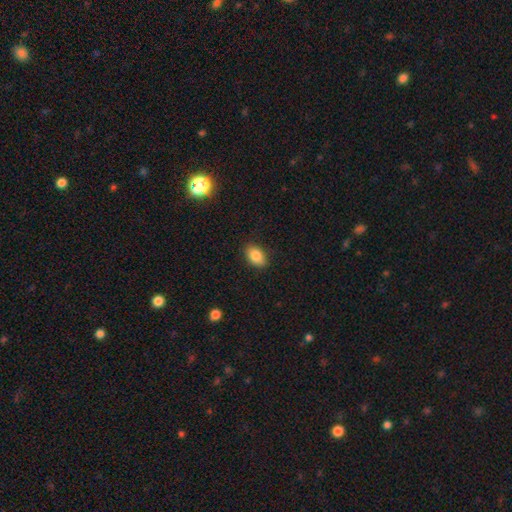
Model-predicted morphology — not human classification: This is clearly a smooth galaxy (84%). How rounded: clearly in between (87%). Merging: clearly none (86%).